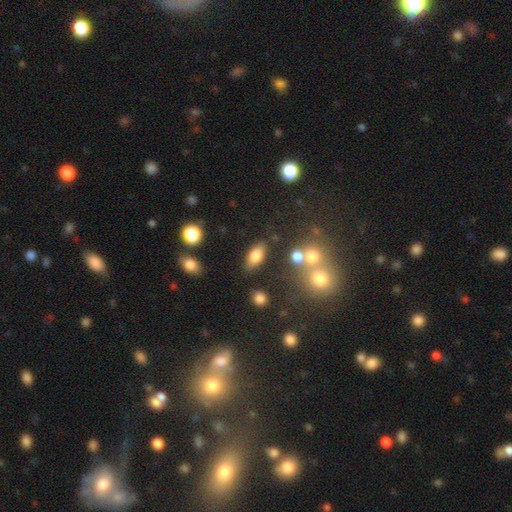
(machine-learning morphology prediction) type=smooth (78%); roundness=in between (86%); merging=none (78%).